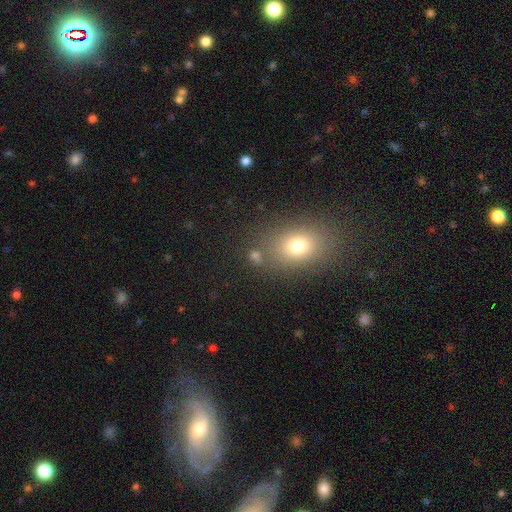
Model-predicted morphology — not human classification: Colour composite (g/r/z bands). It shows a smooth galaxy with no disk features (69%) that is round (59%). Merging: none (73%).